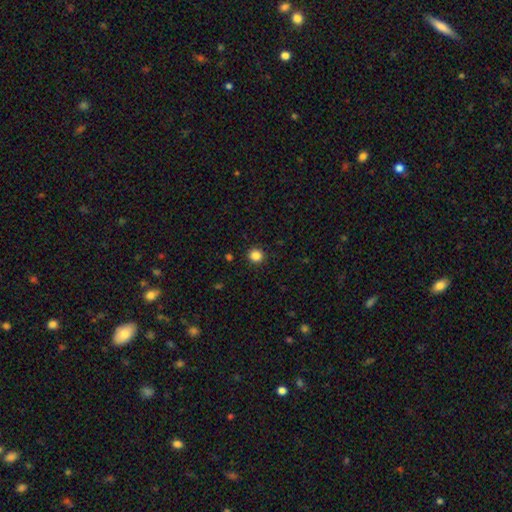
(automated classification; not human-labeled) Morphology: type=smooth (86%); roundness=round (91%); merging=none (92%).